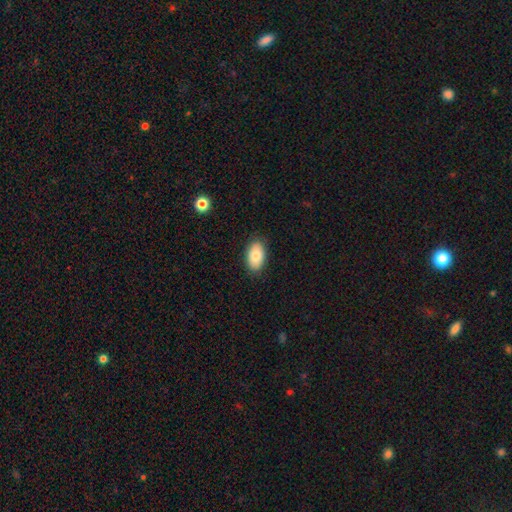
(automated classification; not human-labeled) Smooth or featured? Predicted: smooth (p=0.82). How rounded? Predicted: in between (p=0.93). Merging? Predicted: none (p=0.87).